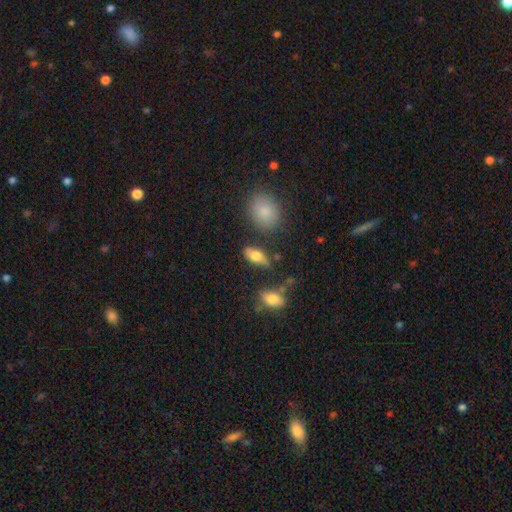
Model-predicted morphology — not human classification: The model was most divided on "smooth or featured": smooth: 68%, featured or disk: 24%, star or artifact: 8%. More confident: how rounded — in between (80%); merging — none (70%).